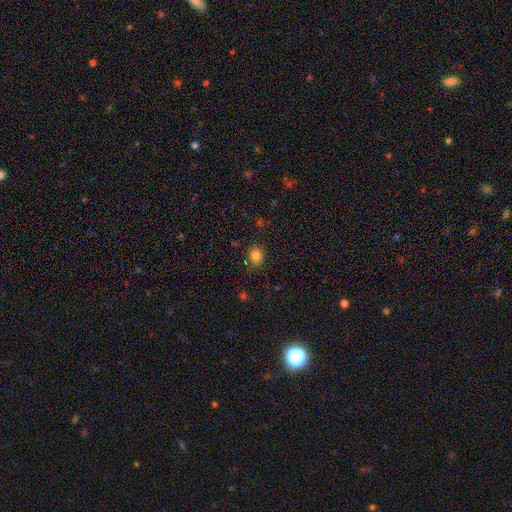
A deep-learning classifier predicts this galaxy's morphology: Smooth or featured? smooth (82%)
How rounded? round (59%)
Merging? none (82%)